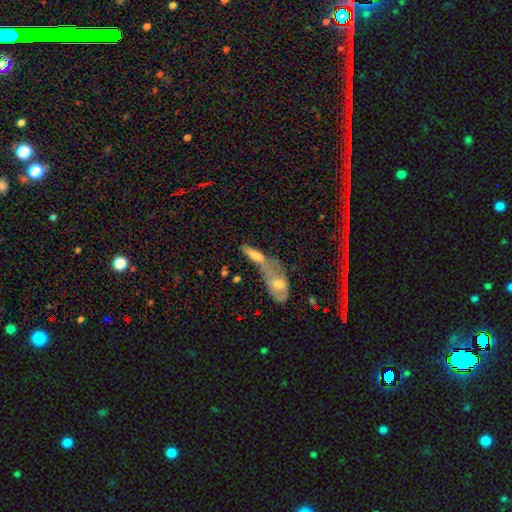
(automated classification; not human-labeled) Smooth or featured? smooth (61%)
How rounded? in between (52%)
Merging? merger (66%)